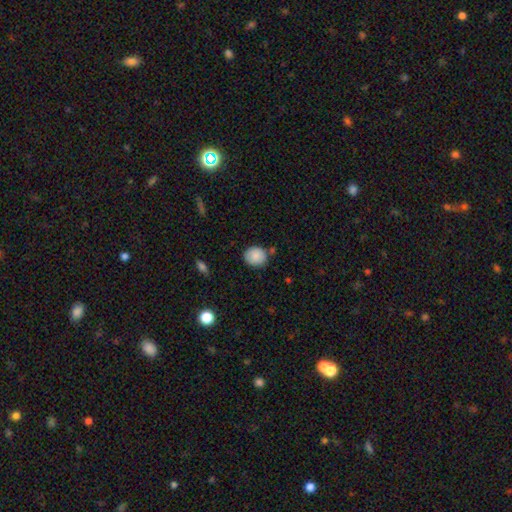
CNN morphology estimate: Overall: smooth (87%). How rounded: round (76%). Merging: none (79%).